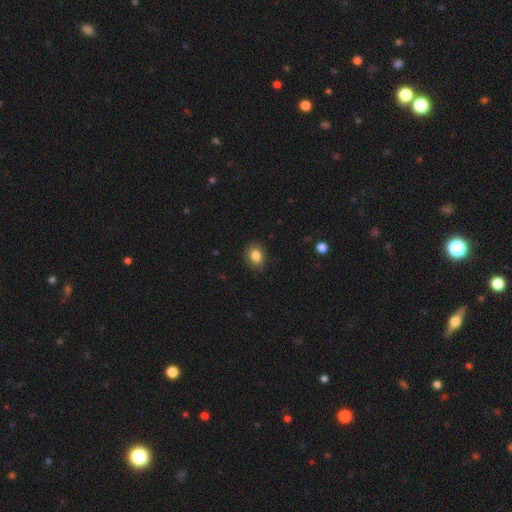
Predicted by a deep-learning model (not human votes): Morphology: type=smooth (84%); roundness=in between (53%); merging=none (83%).